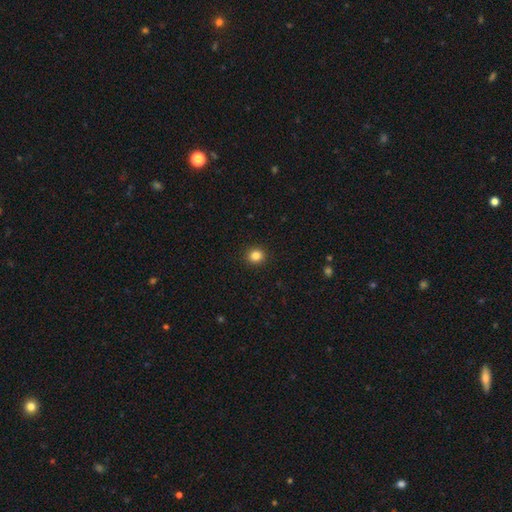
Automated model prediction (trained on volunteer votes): Morphology: type=smooth (85%); roundness=round (81%); merging=none (92%).